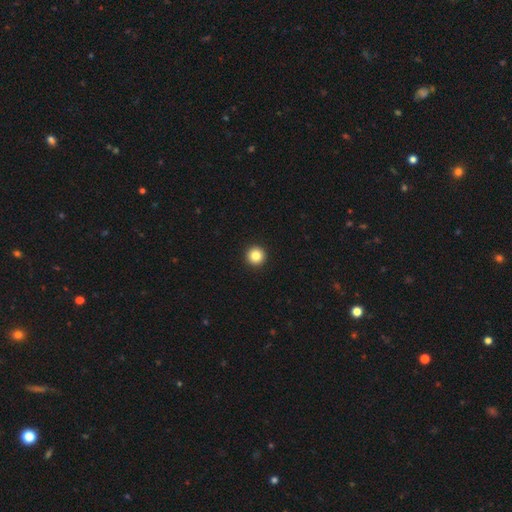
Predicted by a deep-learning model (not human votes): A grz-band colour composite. It shows a smooth galaxy with no disk features (85%) that is round (96%). Merging: none (94%).